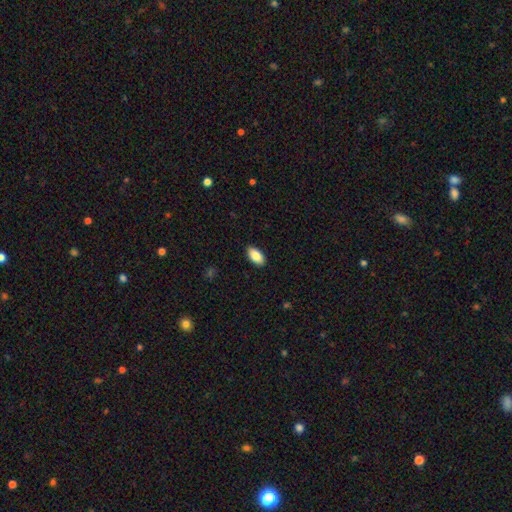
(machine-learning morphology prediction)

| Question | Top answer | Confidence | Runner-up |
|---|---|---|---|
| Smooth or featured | smooth | 86% | featured or disk (7%) |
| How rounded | in between | 94% | cigar-shaped (4%) |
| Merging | none | 89% | minor disturbance (8%) |